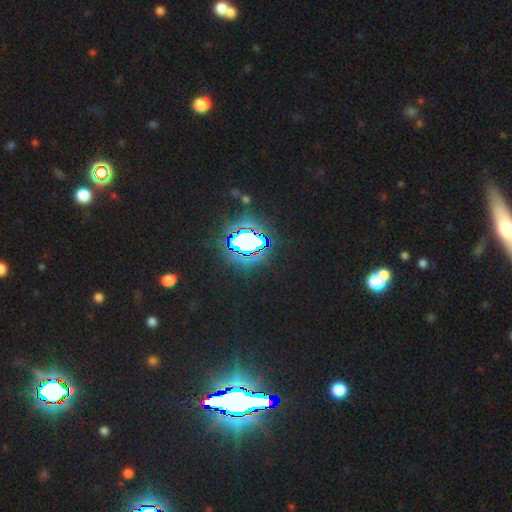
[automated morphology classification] This appears to be a star or artifact, not a galaxy (83%).